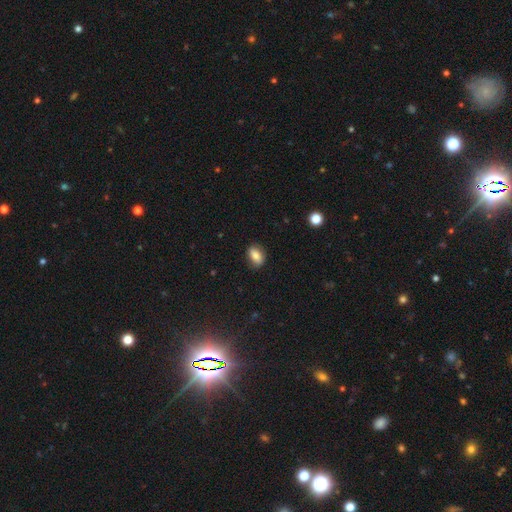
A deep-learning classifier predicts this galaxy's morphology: type=smooth (77%); roundness=in between (83%); merging=none (79%).